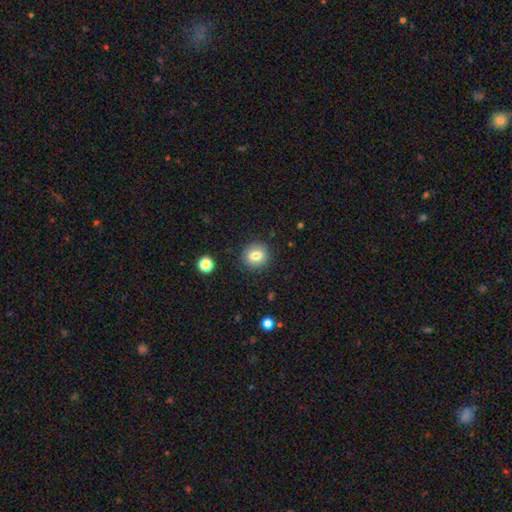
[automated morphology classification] Overall: smooth (80%). How rounded: round (82%). Merging: none (88%).